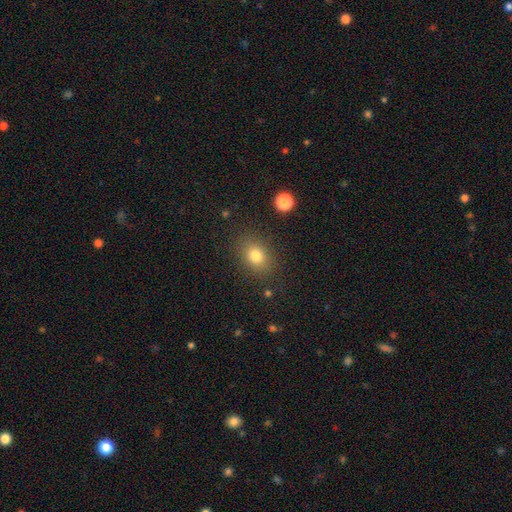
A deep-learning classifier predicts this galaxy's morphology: Smooth or featured? smooth (80%)
How rounded? in between (65%)
Merging? none (84%)